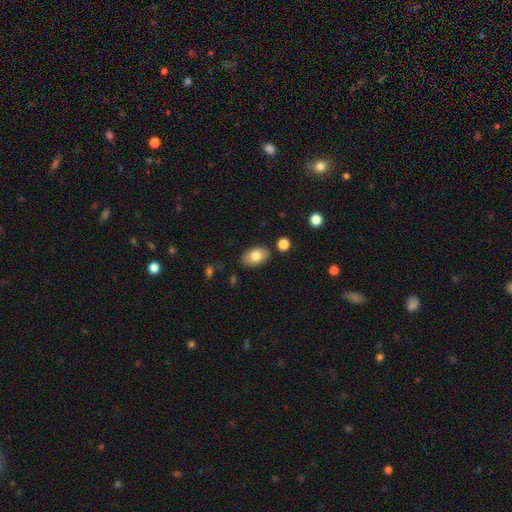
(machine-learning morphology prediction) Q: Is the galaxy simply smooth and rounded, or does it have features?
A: smooth — 79%.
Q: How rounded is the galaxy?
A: in between — 89%.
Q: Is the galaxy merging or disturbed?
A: none — 83%.